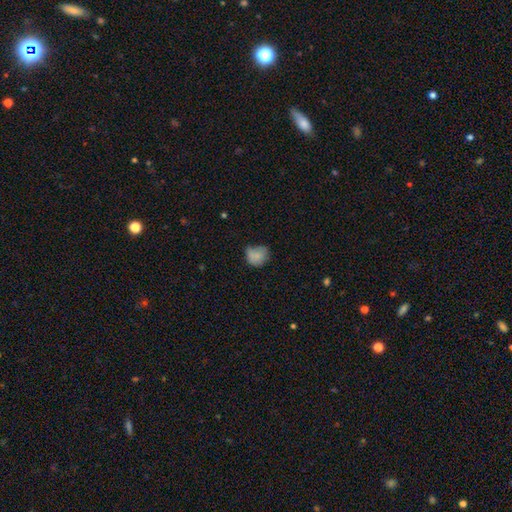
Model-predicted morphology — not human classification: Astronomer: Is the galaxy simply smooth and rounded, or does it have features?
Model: smooth — 78%.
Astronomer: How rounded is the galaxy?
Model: round — 73%.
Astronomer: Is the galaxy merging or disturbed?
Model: none — 47% (runner-up: minor disturbance, 37%).